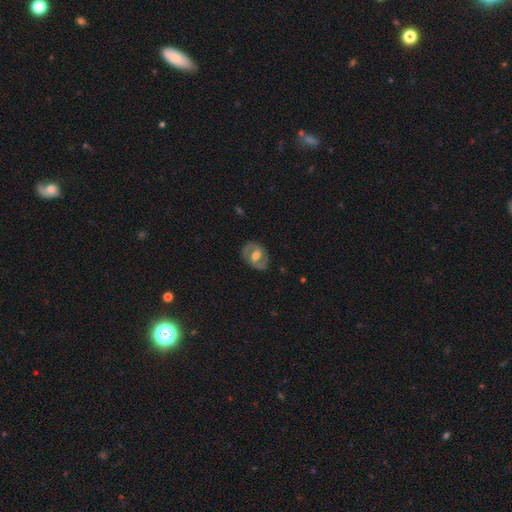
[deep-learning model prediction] A featured or disk galaxy (61%) with a weak bar (43%), spiral arms (58%) and a moderate central bulge (64%). Merging: none (79%).